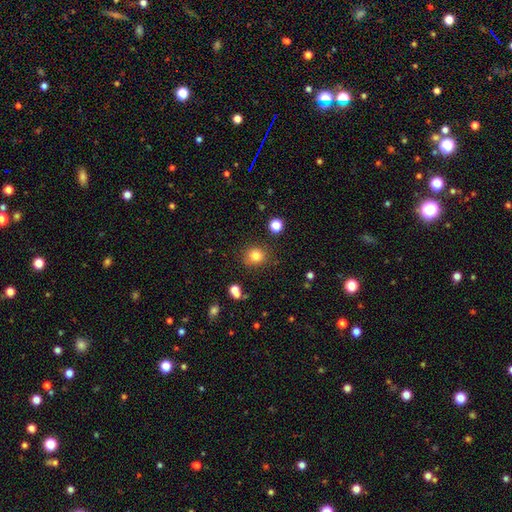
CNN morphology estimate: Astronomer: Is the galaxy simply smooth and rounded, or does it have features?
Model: smooth — 81%.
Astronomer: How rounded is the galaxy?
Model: round — 80%.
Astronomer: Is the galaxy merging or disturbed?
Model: none — 83%.